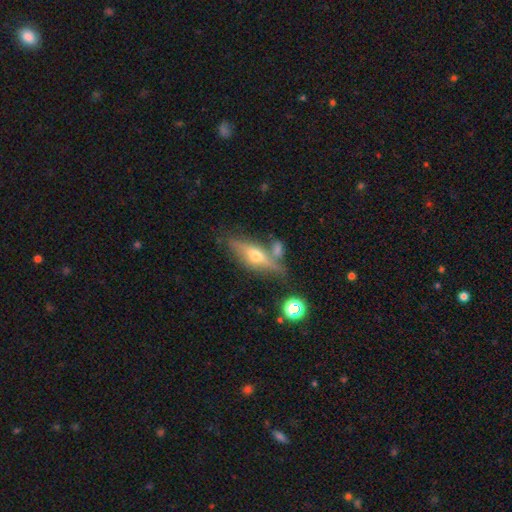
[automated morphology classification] Overall: featured or disk (62%; smooth 29%). Edge-on disk: yes (89%). Edge-on bulge: rounded (93%). Merging: none (65%).